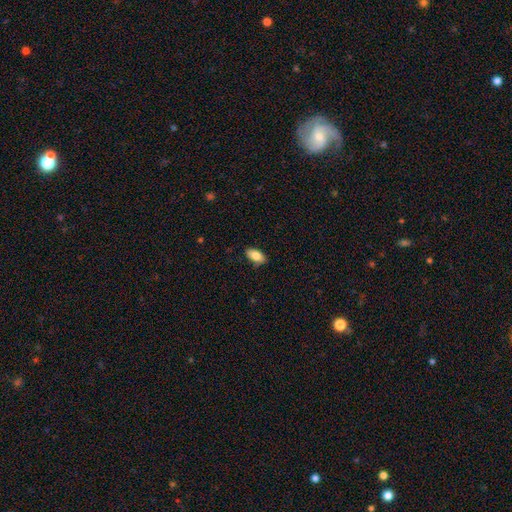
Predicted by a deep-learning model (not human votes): Morphology: type=smooth (83%); roundness=in between (92%); merging=none (83%).